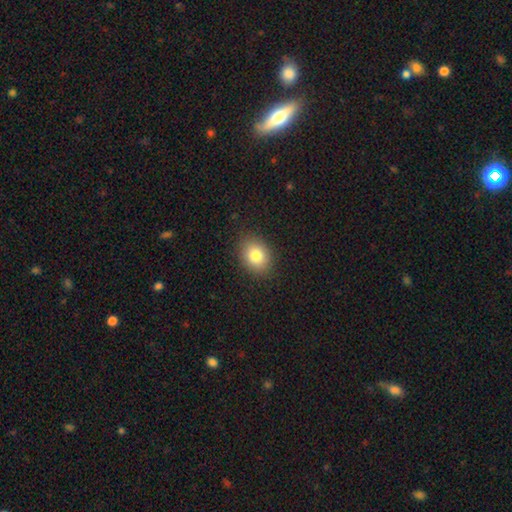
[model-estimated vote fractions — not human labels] Smooth or featured?
  - smooth: 81% *
  - star or artifact: 10%
  - featured or disk: 9%
How rounded?
  - in between: 53% *
  - round: 47%
  - cigar-shaped: 1%
Merging?
  - none: 87% *
  - minor disturbance: 9%
  - major disturbance: 3%
  - merger: 1%